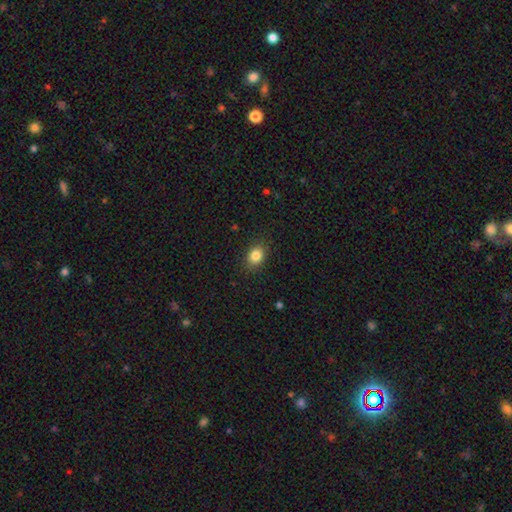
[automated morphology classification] smooth 85%, star or artifact 10%, featured or disk 5%. Down the decision tree: how rounded — in between (59%); merging — none (87%).